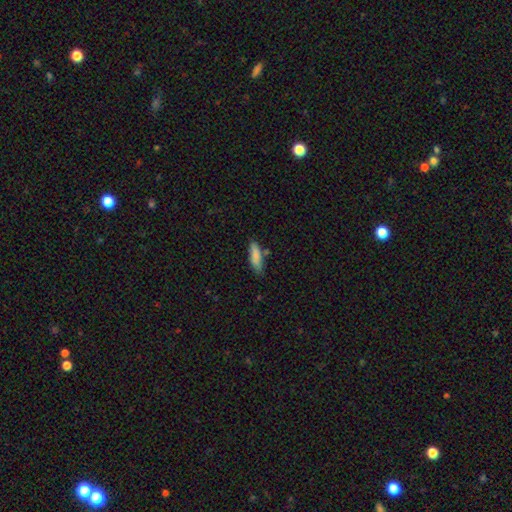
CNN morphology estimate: A smooth galaxy with no disk features (84%) that is cigar-shaped (54%).

Vote fractions:
- Smooth or featured? smooth: 84% / featured or disk: 10% / star or artifact: 7%
- How rounded? cigar-shaped: 54% / in between: 45% / round: 2%
- Merging? none: 70% / minor disturbance: 20% / merger: 6% / major disturbance: 4%